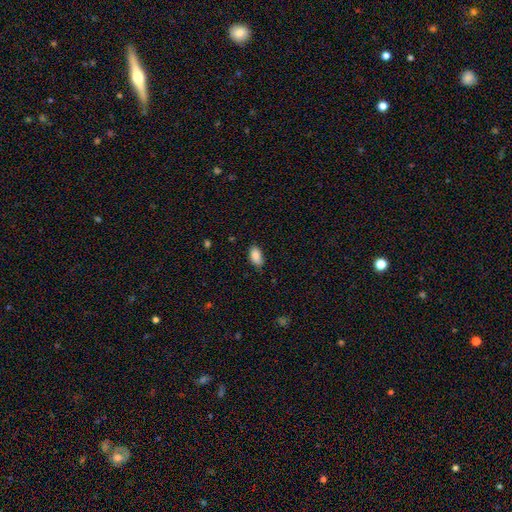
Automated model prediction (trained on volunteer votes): smooth_or_featured: smooth (p=0.88) [alt: star or artifact p=0.07]
how_rounded: in between (p=0.93) [alt: round p=0.05]
merging: none (p=0.73) [alt: minor disturbance p=0.23]